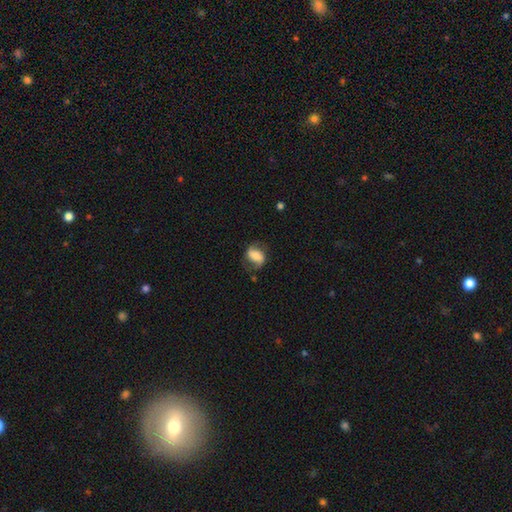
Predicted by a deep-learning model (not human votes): Overall: smooth (48%; featured or disk 44%). Merging: none (58%; minor disturbance 25%).